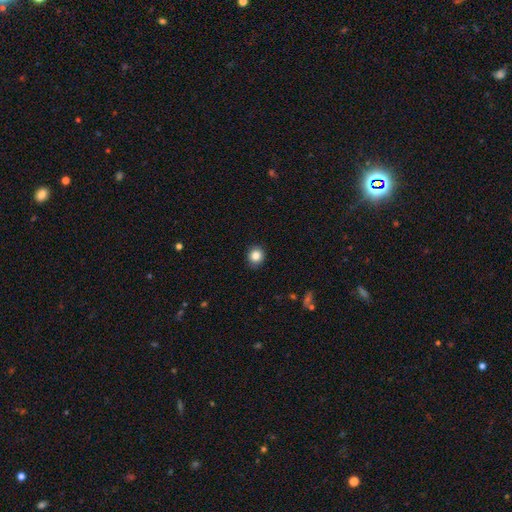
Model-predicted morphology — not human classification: Smooth or featured: smooth — 85% (star or artifact — 10%)
How rounded: round — 86% (in between — 13%)
Merging: none — 90% (minor disturbance — 7%)